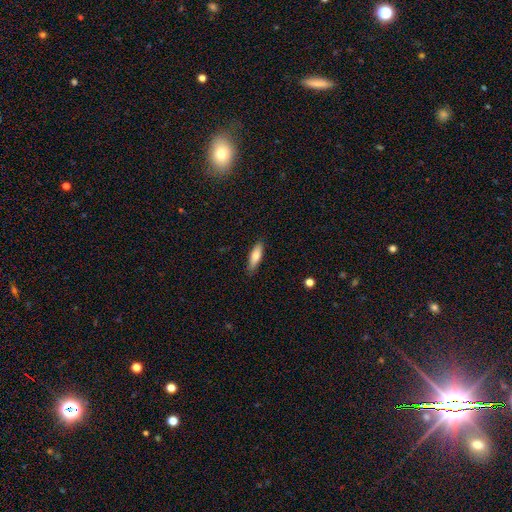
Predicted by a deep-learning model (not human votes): The model was most divided on "how rounded": cigar-shaped: 58%, in between: 40%, round: 2%. More confident: merging — none (86%); smooth or featured — smooth (77%).